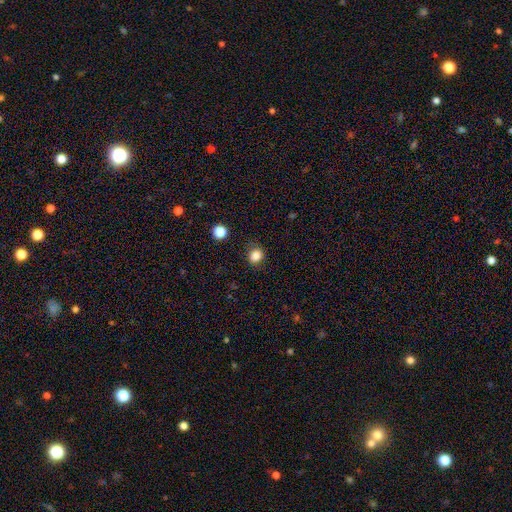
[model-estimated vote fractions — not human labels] Q: Smooth or featured?
A: smooth (84%); runner-up: star or artifact (11%)
Q: How rounded?
A: round (71%); runner-up: in between (28%)
Q: Merging?
A: none (82%); runner-up: minor disturbance (13%)